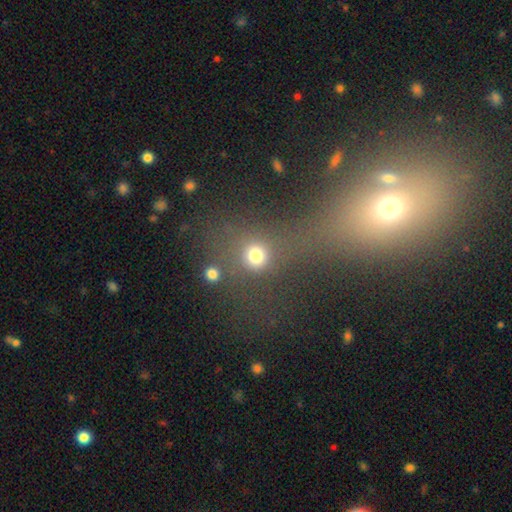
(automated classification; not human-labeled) This appears to be a smooth galaxy with no disk features (72%) that is round (82%). Merging: none (61%).